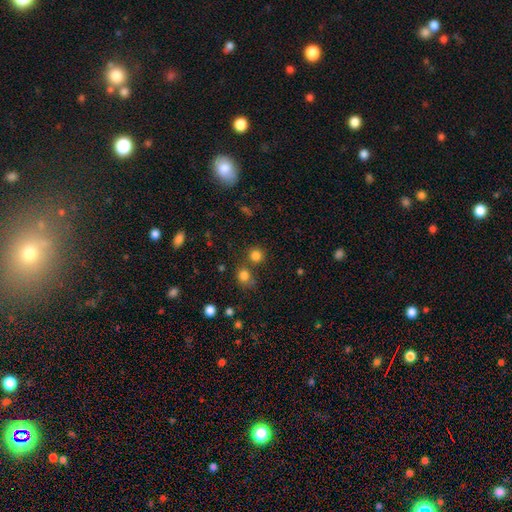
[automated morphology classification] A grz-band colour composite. It shows a smooth galaxy with no disk features (81%) that is round (91%). Merging: none (71%).